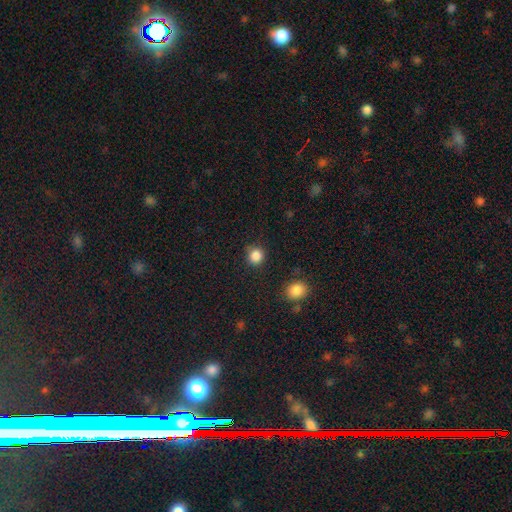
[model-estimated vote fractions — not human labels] Smooth or featured? smooth (86%)
How rounded? round (90%)
Merging? none (86%)